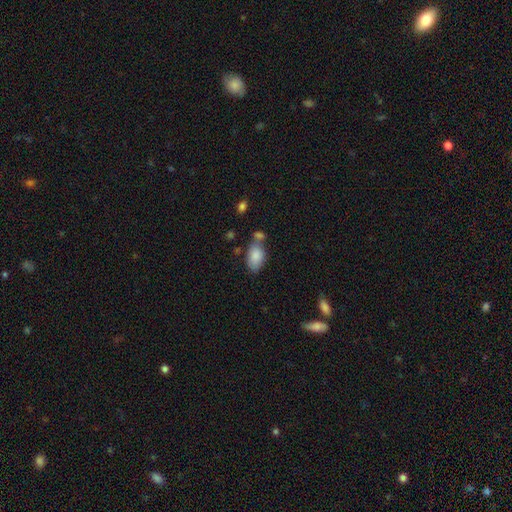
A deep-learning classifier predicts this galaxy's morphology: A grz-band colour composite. It shows a smooth galaxy with no disk features (86%) that is in between round and cigar-shaped (91%). Merging: none (54%).